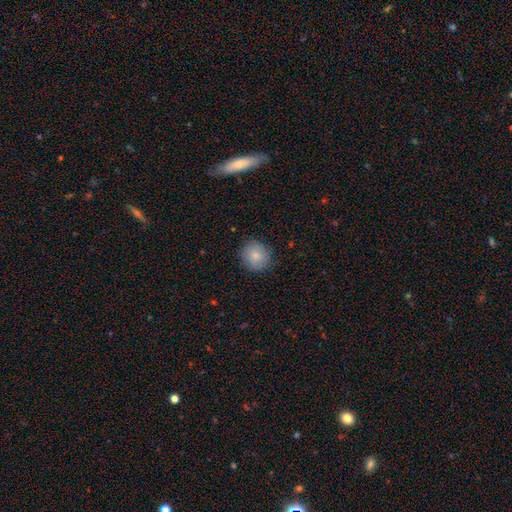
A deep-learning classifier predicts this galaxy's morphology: smooth-or-featured: smooth: 84% | featured or disk: 9% | star or artifact: 8%
  how-rounded: round: 86% | in between: 13% | cigar-shaped: 1%
  merging: none: 85% | minor disturbance: 11% | major disturbance: 3% | merger: 1%